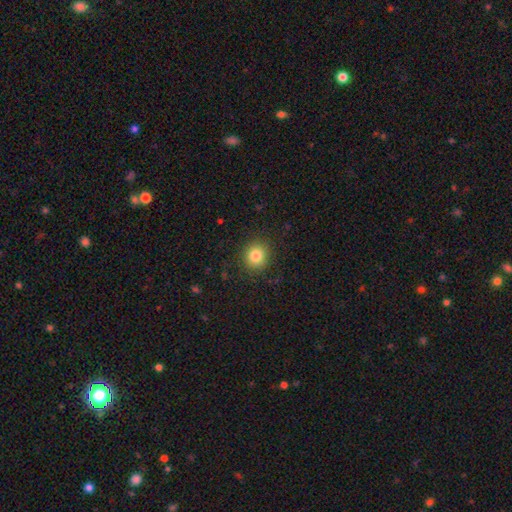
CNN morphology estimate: This is clearly a smooth galaxy (83%). How rounded: clearly round (86%). Merging: clearly none (89%).